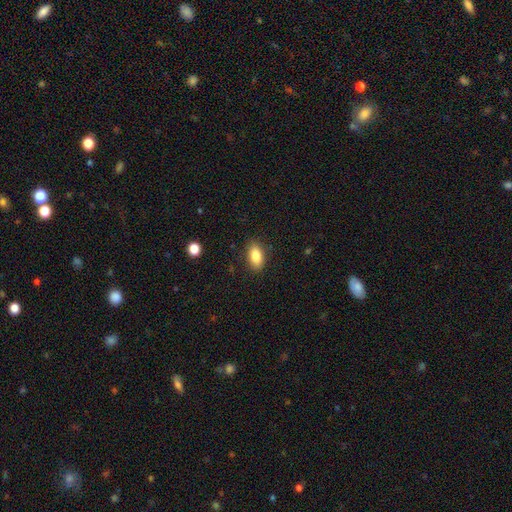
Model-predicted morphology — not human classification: This is clearly a smooth galaxy (86%). How rounded: clearly in between (90%). Merging: clearly none (86%).